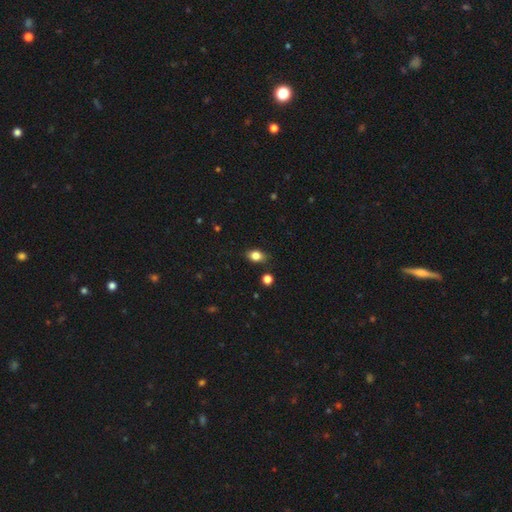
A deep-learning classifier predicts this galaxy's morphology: smooth 82%, star or artifact 10%, featured or disk 8%. Down the decision tree: how rounded — in between (77%); merging — none (81%).